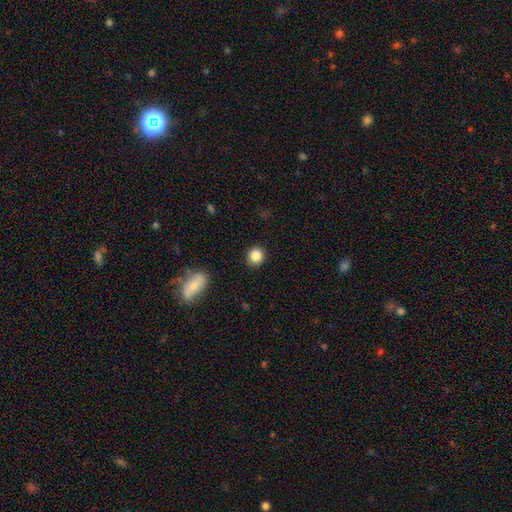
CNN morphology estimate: smooth_or_featured: smooth (p=0.85) [alt: star or artifact p=0.10]
how_rounded: round (p=0.89) [alt: in between p=0.10]
merging: none (p=0.90) [alt: minor disturbance p=0.06]